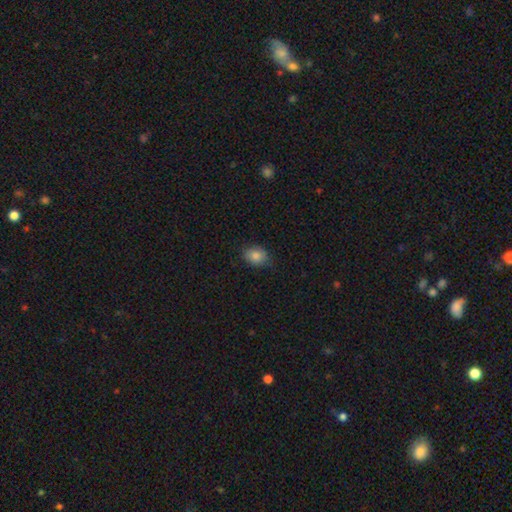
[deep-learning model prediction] smooth_or_featured: smooth (p=0.85) [alt: star or artifact p=0.09]
how_rounded: in between (p=0.62) [alt: round p=0.37]
merging: none (p=0.80) [alt: minor disturbance p=0.17]